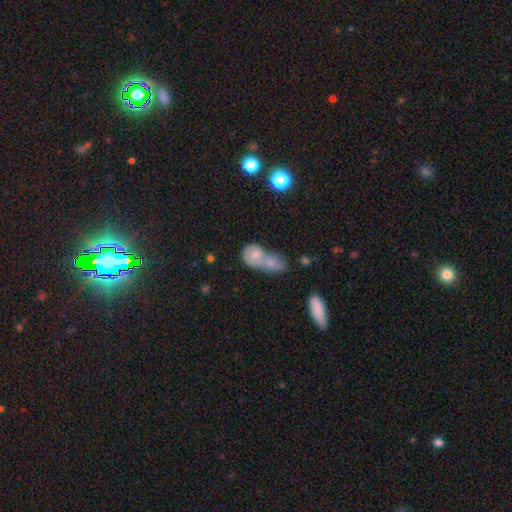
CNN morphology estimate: Smooth or featured?
  - smooth: 70% *
  - featured or disk: 21%
  - star or artifact: 9%
How rounded?
  - in between: 54% *
  - round: 43%
  - cigar-shaped: 3%
Merging?
  - merger: 72% *
  - none: 15%
  - minor disturbance: 7%
  - major disturbance: 6%